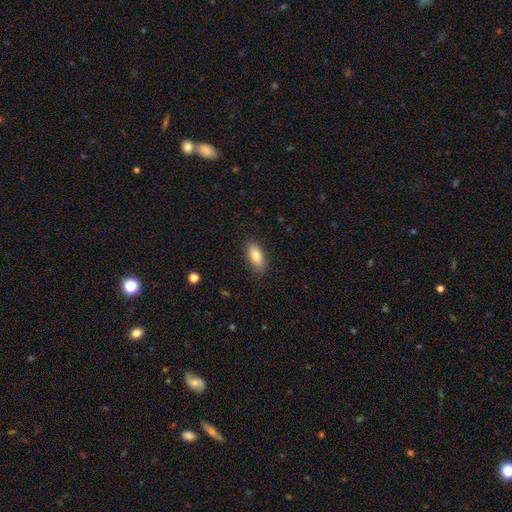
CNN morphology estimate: Smooth or featured?
  - smooth: 82% *
  - featured or disk: 11%
  - star or artifact: 7%
How rounded?
  - in between: 86% *
  - cigar-shaped: 11%
  - round: 3%
Merging?
  - none: 85% *
  - minor disturbance: 11%
  - major disturbance: 3%
  - merger: 1%